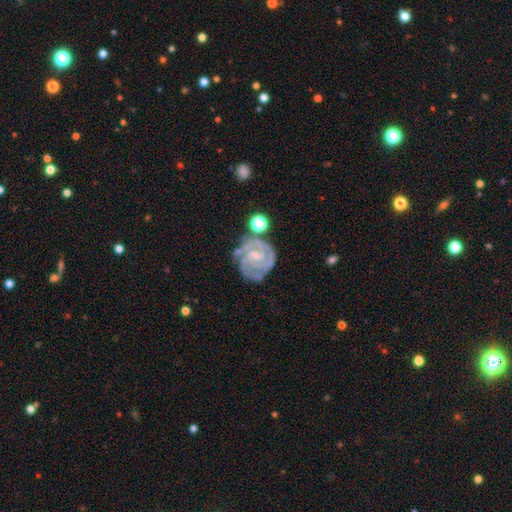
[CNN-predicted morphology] A featured or disk galaxy (88%) with no bar (46%), 2 (39%) tight (71%) spiral arms (97%) and a small central bulge (60%).

Vote fractions:
- Smooth or featured? featured or disk: 88% / smooth: 6% / star or artifact: 5%
- Edge-on disk? no: 98% / yes: 2%
- Bar? no: 46% / weak: 42% / strong: 12%
- Spiral arms? yes: 97% / no: 3%
- Spiral winding? tight: 71% / medium: 26% / loose: 4%
- Spiral arm count? 2: 39% / 3: 33% / can't tell: 13% / 4: 7% / 1: 4% / more than 4: 4%
- Bulge size? small: 60% / moderate: 21% / none: 16% / large: 1% / dominant: 1%
- Merging? none: 64% / minor disturbance: 21% / major disturbance: 9% / merger: 6%